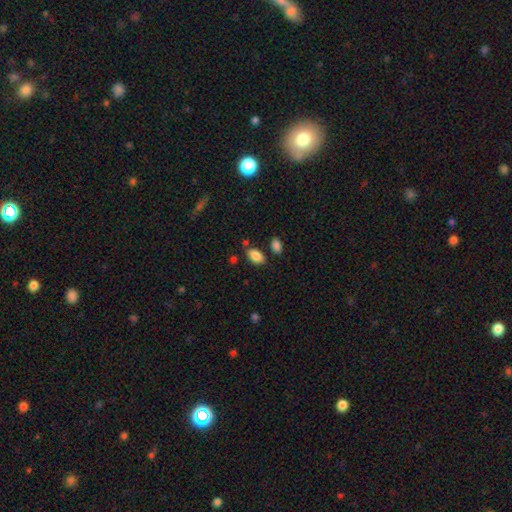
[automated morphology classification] Overall: smooth (87%). How rounded: in between (93%). Merging: none (75%).